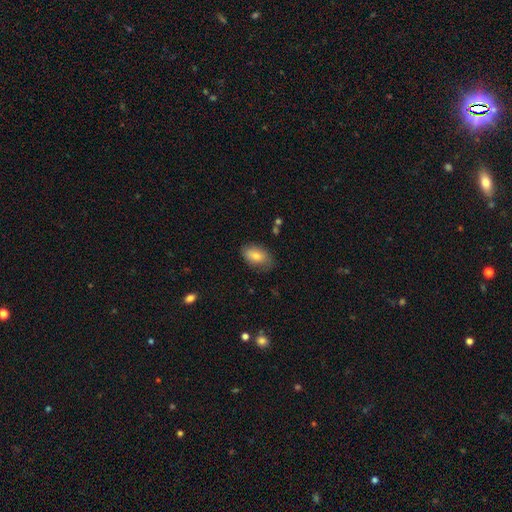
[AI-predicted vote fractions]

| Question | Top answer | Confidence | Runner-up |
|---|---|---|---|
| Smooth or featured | smooth | 76% | featured or disk (16%) |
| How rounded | in between | 91% | round (7%) |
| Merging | none | 78% | minor disturbance (17%) |